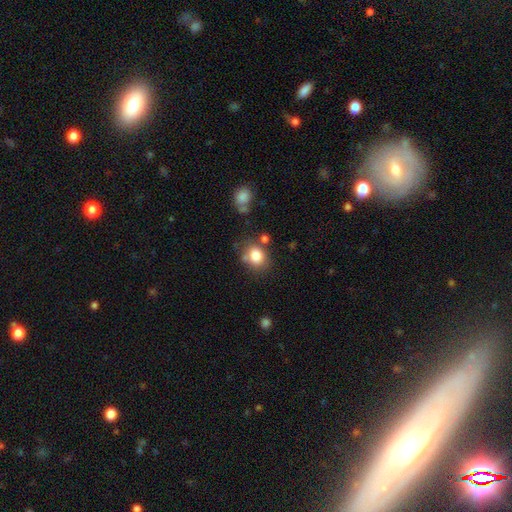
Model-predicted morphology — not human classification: This appears to be a smooth galaxy with no disk features (81%) that is round (61%). Merging: none (68%).